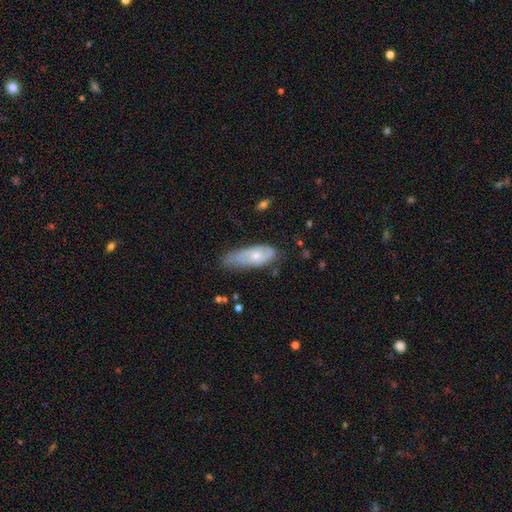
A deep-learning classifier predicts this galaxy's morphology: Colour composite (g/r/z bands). It shows a featured or disk galaxy (47%, tied with smooth). Merging: none (44%).